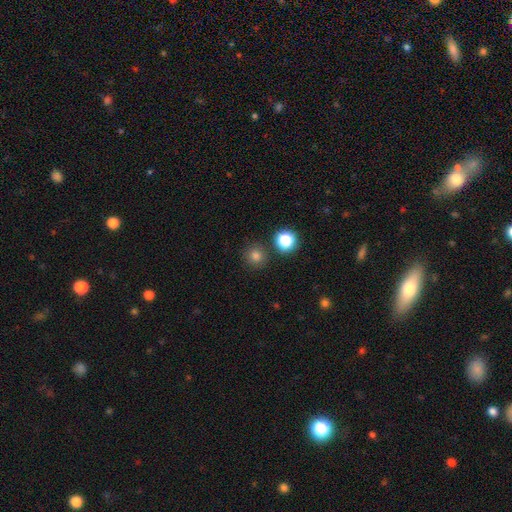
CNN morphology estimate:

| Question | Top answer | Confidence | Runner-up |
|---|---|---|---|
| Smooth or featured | smooth | 78% | star or artifact (17%) |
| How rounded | round | 94% | in between (6%) |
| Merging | none | 85% | minor disturbance (7%) |